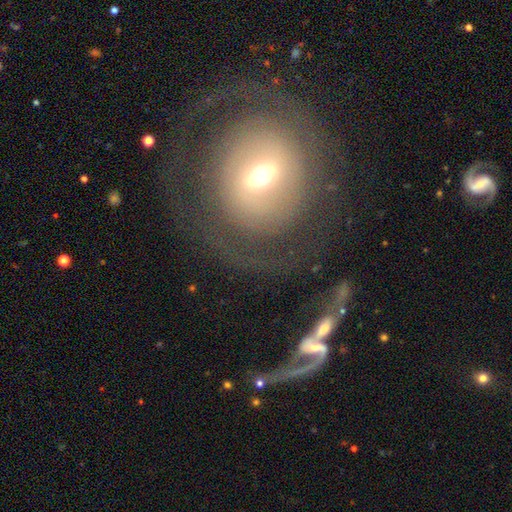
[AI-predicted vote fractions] smooth_or_featured: featured or disk (p=0.64) [alt: smooth p=0.26]
disk_edge_on: no (p=0.95) [alt: yes p=0.05]
bar: weak (p=0.42) [alt: no p=0.35]
has_spiral_arms: yes (p=0.65) [alt: no p=0.35]
bulge_size: moderate (p=0.58) [alt: small p=0.29]
merging: none (p=0.61) [alt: major disturbance p=0.19]